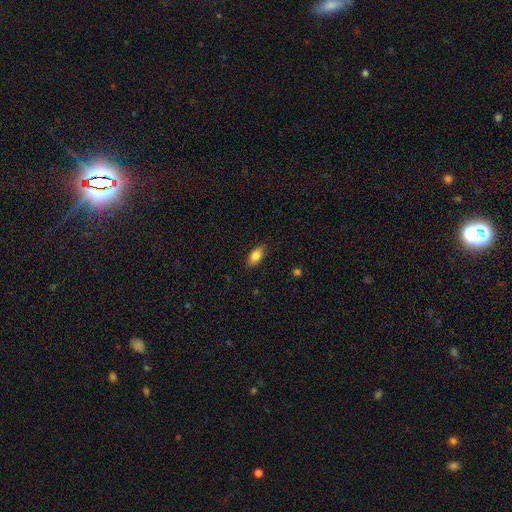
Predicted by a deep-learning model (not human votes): This appears to be a smooth galaxy with no disk features (81%) that is in between round and cigar-shaped (85%). Merging: none (86%).